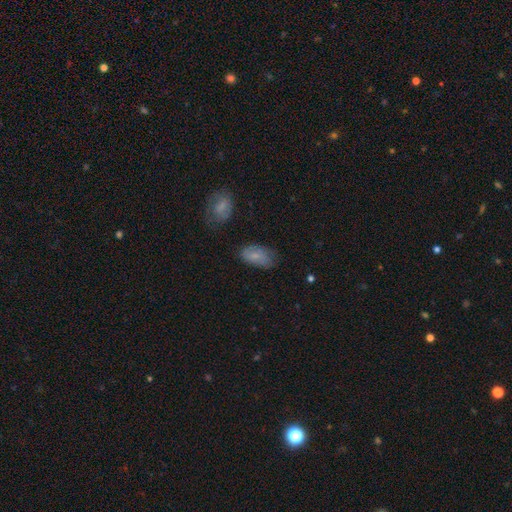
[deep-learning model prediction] The model was most divided on "merging": none: 62%, minor disturbance: 27%, major disturbance: 8%, merger: 3%. More confident: how rounded — in between (93%); smooth or featured — smooth (75%).